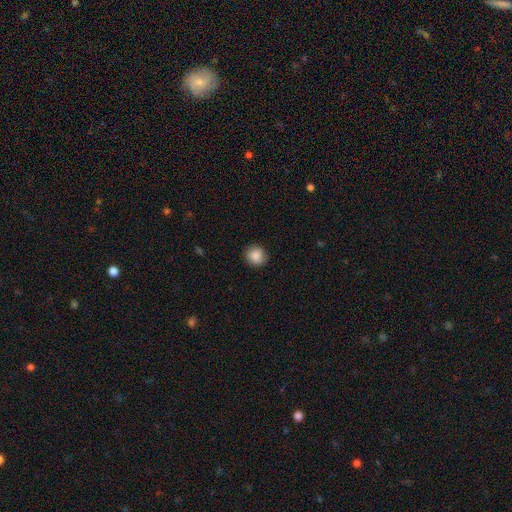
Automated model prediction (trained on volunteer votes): Smooth or featured? smooth (87%)
How rounded? round (90%)
Merging? none (90%)